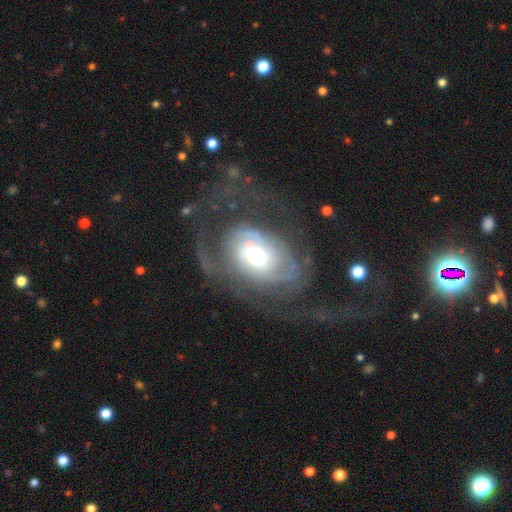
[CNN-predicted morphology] A featured or disk galaxy (85%) with no bar (68%), 2 (39%) tight (49%) spiral arms (88%) and a moderate central bulge (60%). Merging: none (49%).